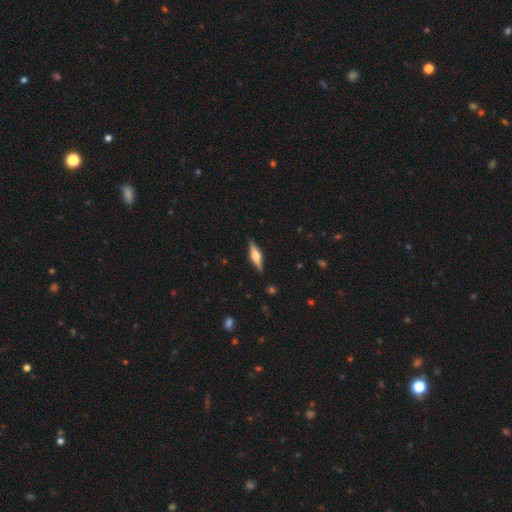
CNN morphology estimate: A featured or disk galaxy (66%) viewed edge-on (97%) with a rounded central bulge (87%).

Vote fractions:
- Smooth or featured? featured or disk: 66% / smooth: 28% / star or artifact: 6%
- Edge-on disk? yes: 97% / no: 3%
- Edge-on bulge? rounded: 87% / boxy: 10% / none: 2%
- Merging? none: 89% / minor disturbance: 8% / major disturbance: 2% / merger: 1%